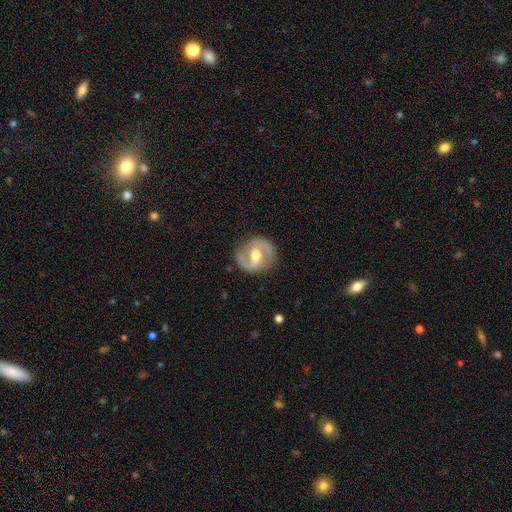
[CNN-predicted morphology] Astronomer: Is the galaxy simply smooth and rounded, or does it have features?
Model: featured or disk — 83%.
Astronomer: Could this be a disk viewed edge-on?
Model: no — 97%.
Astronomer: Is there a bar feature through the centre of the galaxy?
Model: weak — 48% (runner-up: strong, 27%).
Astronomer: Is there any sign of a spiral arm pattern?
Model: yes — 90%.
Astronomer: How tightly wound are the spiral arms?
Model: medium — 53%.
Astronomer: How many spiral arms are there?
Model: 2 — 91%.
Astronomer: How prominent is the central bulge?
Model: moderate — 76%.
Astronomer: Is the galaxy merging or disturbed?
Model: none — 84%.